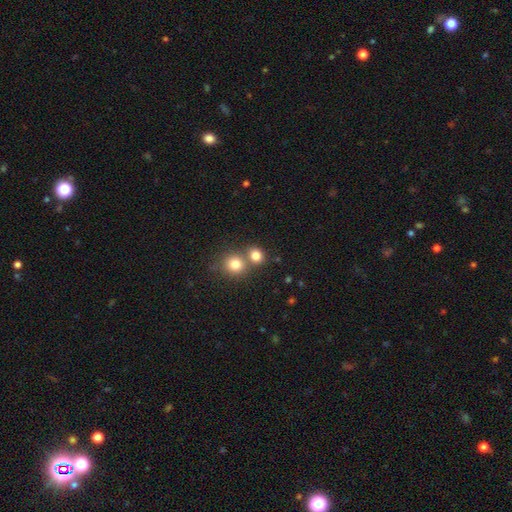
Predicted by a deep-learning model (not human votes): smooth-or-featured: smooth: 81% | star or artifact: 12% | featured or disk: 7%
  how-rounded: round: 73% | in between: 26% | cigar-shaped: 1%
  merging: none: 51% | merger: 38% | minor disturbance: 7% | major disturbance: 3%